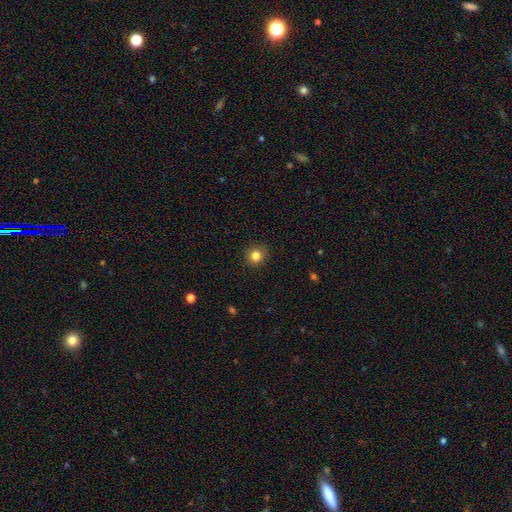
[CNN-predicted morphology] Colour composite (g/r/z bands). It shows a smooth galaxy with no disk features (83%) that is round (90%). Merging: none (90%).